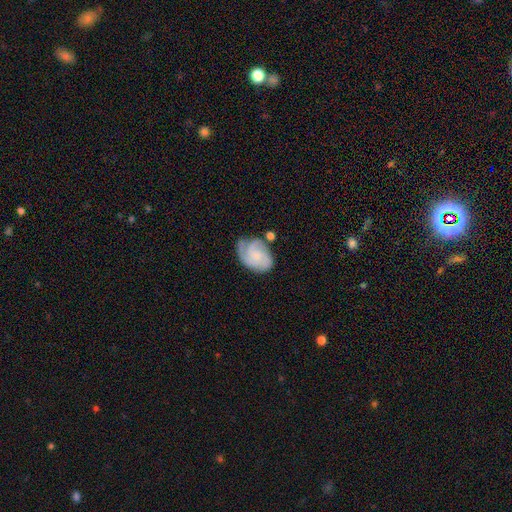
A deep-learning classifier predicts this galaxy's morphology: Q: Smooth or featured?
A: featured or disk (70%); runner-up: smooth (24%)
Q: Edge-on disk?
A: no (98%); runner-up: yes (2%)
Q: Bar?
A: no (69%); runner-up: weak (27%)
Q: Spiral arms?
A: yes (94%); runner-up: no (6%)
Q: Spiral winding?
A: tight (48%); runner-up: medium (39%)
Q: Spiral arm count?
A: 3 (37%); runner-up: 2 (24%)
Q: Bulge size?
A: small (54%); runner-up: none (24%)
Q: Merging?
A: none (51%); runner-up: minor disturbance (27%)